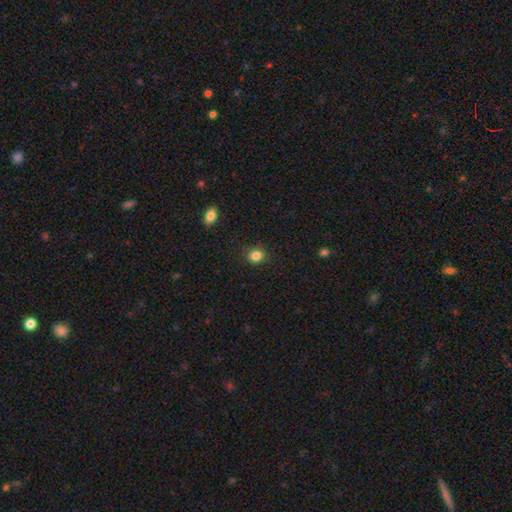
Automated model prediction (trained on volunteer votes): This is clearly a smooth galaxy (84%). How rounded: clearly round (81%). Merging: clearly none (85%).